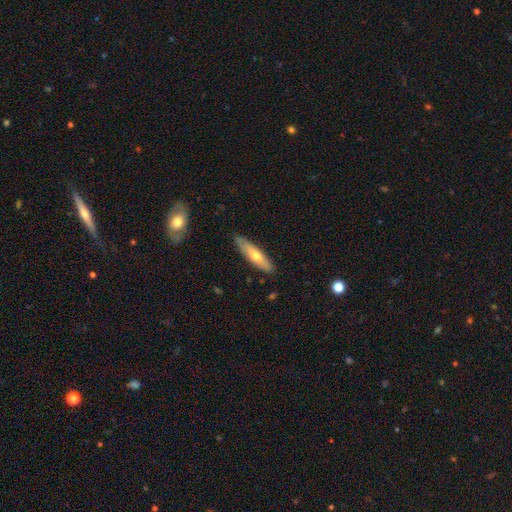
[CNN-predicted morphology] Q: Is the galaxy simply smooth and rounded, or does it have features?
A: smooth — 53%.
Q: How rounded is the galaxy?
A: cigar-shaped — 77%.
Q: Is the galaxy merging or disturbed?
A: none — 85%.